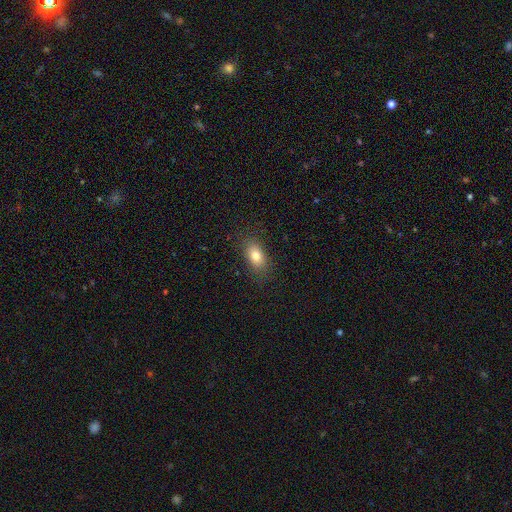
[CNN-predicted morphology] smooth-or-featured: smooth: 80% | featured or disk: 10% | star or artifact: 9%
  how-rounded: in between: 86% | round: 10% | cigar-shaped: 4%
  merging: none: 84% | minor disturbance: 11% | major disturbance: 4% | merger: 1%